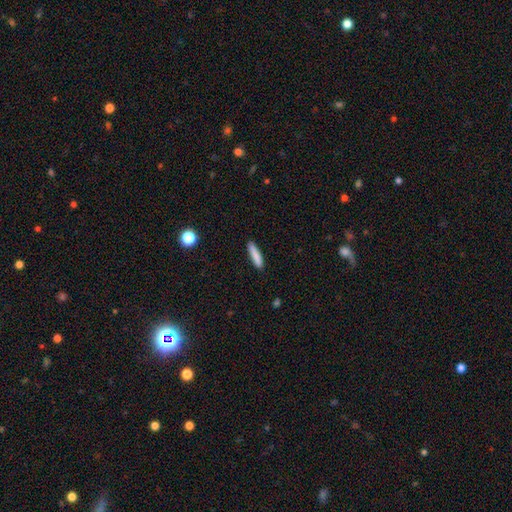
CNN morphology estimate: Overall: smooth (84%). How rounded: cigar-shaped (85%). Merging: none (88%).